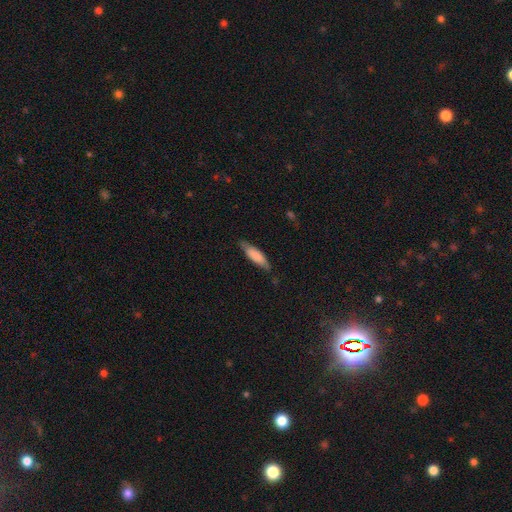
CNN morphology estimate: Smooth or featured: smooth — 77% (featured or disk — 17%)
How rounded: cigar-shaped — 61% (in between — 38%)
Merging: none — 75% (minor disturbance — 20%)